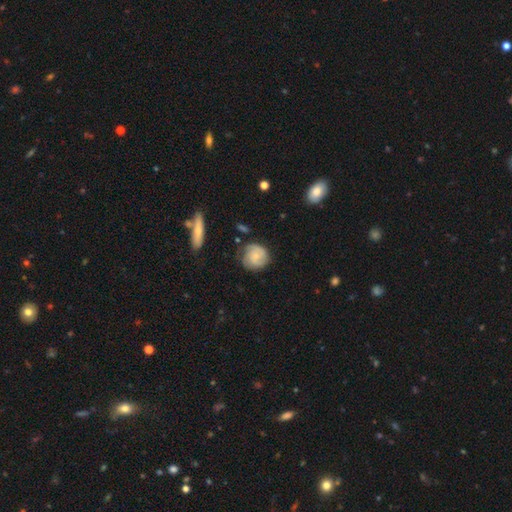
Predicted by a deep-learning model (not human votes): Smooth or featured? Predicted: featured or disk (p=0.52). Edge-on disk? Predicted: no (p=0.97). Bar? Predicted: no (p=0.72). Spiral arms? Predicted: yes (p=0.85). Bulge size? Predicted: small (p=0.64). Merging? Predicted: none (p=0.67).